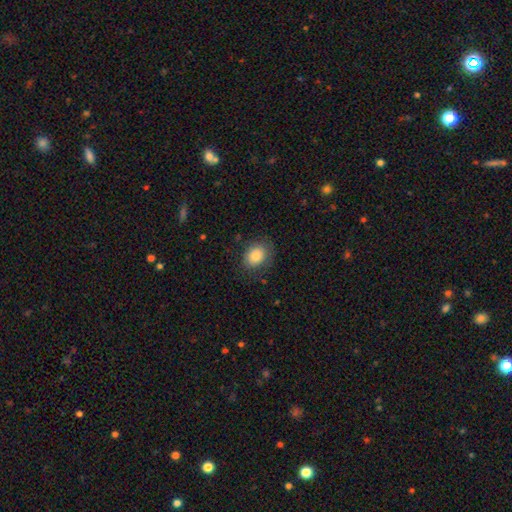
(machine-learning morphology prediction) Overall: smooth (83%). How rounded: in between (56%; round 43%). Merging: none (78%).